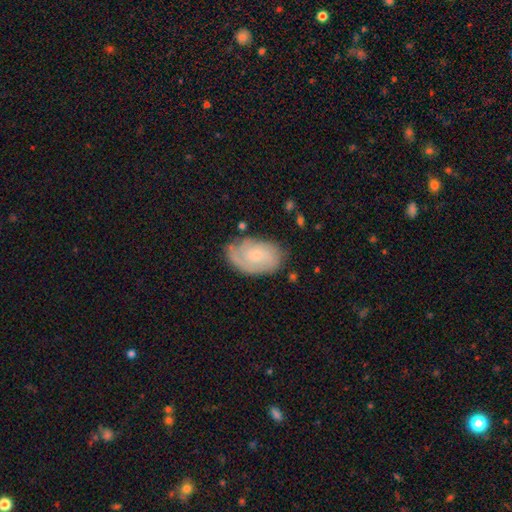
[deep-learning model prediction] Smooth or featured?
  - featured or disk: 58% *
  - smooth: 36%
  - star or artifact: 7%
Edge-on disk?
  - no: 96% *
  - yes: 4%
Bar?
  - no: 70% *
  - weak: 26%
  - strong: 3%
Spiral arms?
  - yes: 88% *
  - no: 12%
Bulge size?
  - small: 56% *
  - moderate: 21%
  - none: 18%
  - large: 3%
  - dominant: 1%
Merging?
  - none: 69% *
  - minor disturbance: 22%
  - major disturbance: 7%
  - merger: 2%